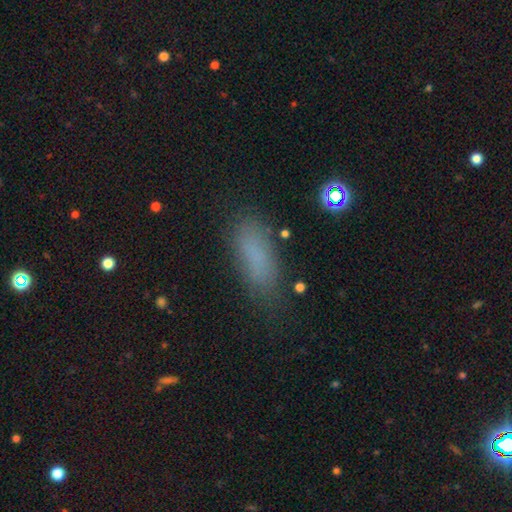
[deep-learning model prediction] Smooth or featured? Predicted: smooth (p=0.77). How rounded? Predicted: in between (p=0.68). Merging? Predicted: none (p=0.74).